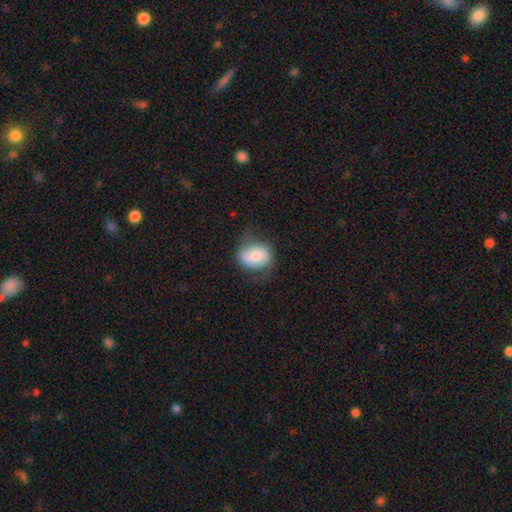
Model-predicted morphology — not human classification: Q: Smooth or featured?
A: smooth (59%); runner-up: featured or disk (33%)
Q: How rounded?
A: in between (53%); runner-up: round (46%)
Q: Merging?
A: none (58%); runner-up: minor disturbance (27%)